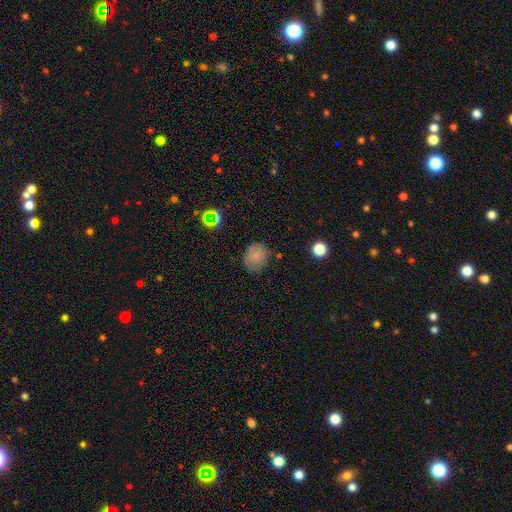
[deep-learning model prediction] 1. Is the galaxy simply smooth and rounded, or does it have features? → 77% smooth, 14% star or artifact, 9% featured or disk.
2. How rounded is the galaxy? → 60% round, 39% in between, 1% cigar-shaped.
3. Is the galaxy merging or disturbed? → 74% none, 19% minor disturbance, 5% major disturbance, 2% merger.